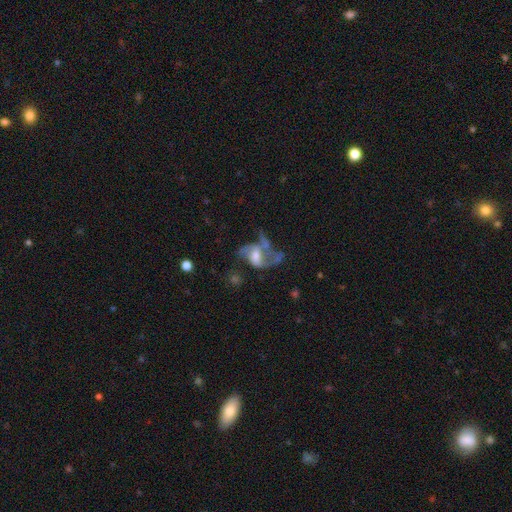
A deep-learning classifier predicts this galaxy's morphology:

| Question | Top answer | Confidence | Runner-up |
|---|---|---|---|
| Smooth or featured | featured or disk | 67% | smooth (23%) |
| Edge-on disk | no | 97% | yes (3%) |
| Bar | no | 49% | weak (39%) |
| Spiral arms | yes | 66% | no (34%) |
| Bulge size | moderate | 54% | small (24%) |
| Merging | major disturbance | 44% | none (22%) |